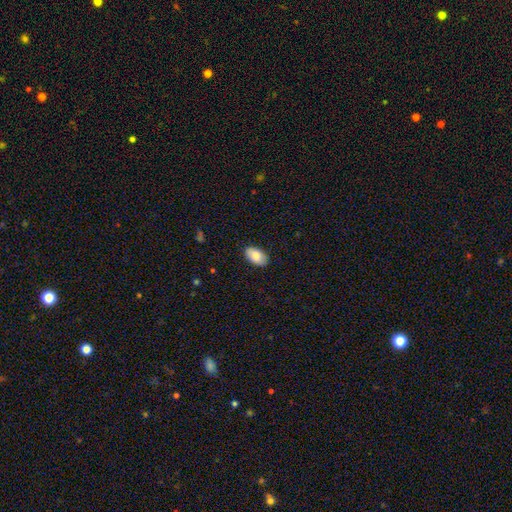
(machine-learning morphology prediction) Q: Smooth or featured?
A: smooth (84%); runner-up: featured or disk (10%)
Q: How rounded?
A: in between (94%); runner-up: round (4%)
Q: Merging?
A: none (88%); runner-up: minor disturbance (9%)